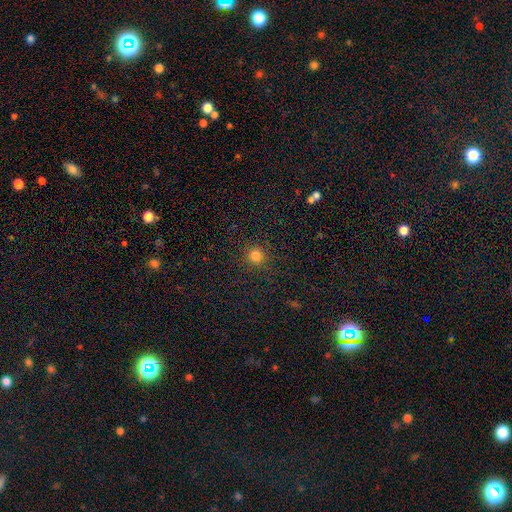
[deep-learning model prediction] A smooth galaxy with no disk features (80%) that is round (93%).

Vote fractions:
- Smooth or featured? smooth: 80% / star or artifact: 16% / featured or disk: 5%
- How rounded? round: 93% / in between: 6% / cigar-shaped: 1%
- Merging? none: 89% / minor disturbance: 7% / major disturbance: 3% / merger: 1%